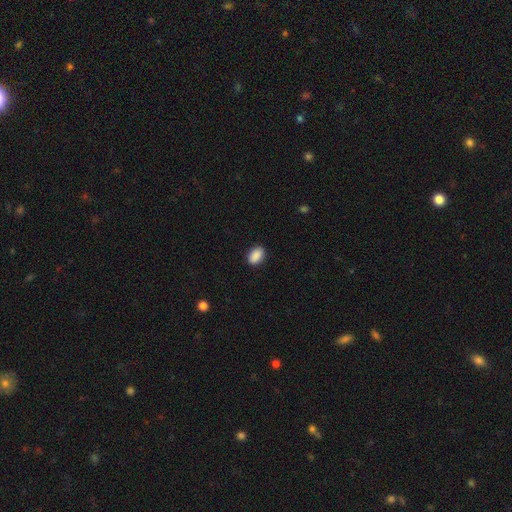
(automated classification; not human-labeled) Morphology: type=smooth (90%); roundness=in between (88%); merging=none (88%).